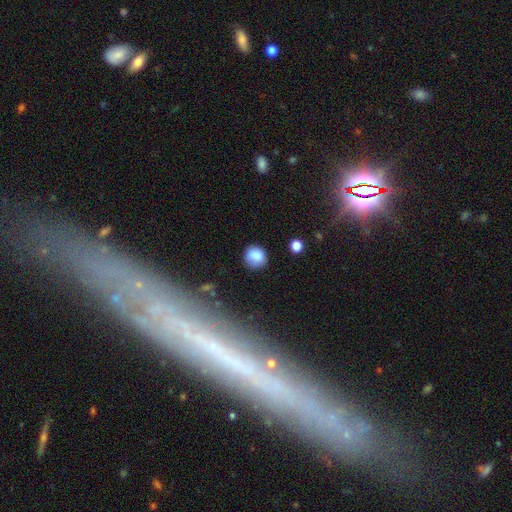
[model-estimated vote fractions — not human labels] Morphology: type=smooth (85%); roundness=round (83%); merging=none (79%).